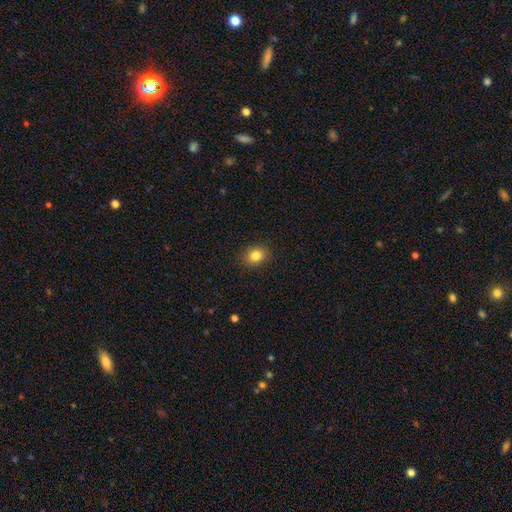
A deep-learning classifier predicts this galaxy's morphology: The model was most divided on "how rounded": in between: 53%, round: 46%, cigar-shaped: 1%. More confident: merging — none (89%); smooth or featured — smooth (83%).